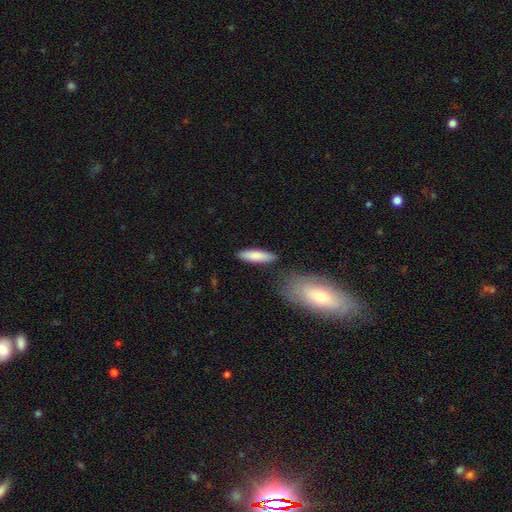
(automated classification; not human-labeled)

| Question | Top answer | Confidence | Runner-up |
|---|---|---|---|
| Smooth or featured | smooth | 83% | featured or disk (12%) |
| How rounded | cigar-shaped | 64% | in between (34%) |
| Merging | none | 84% | minor disturbance (10%) |